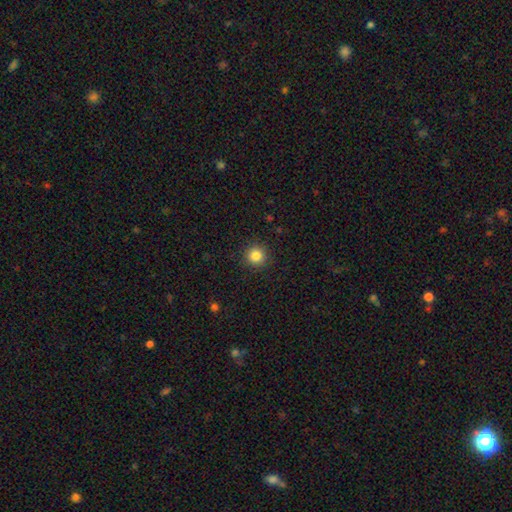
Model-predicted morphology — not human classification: Overall: smooth (84%). How rounded: round (95%). Merging: none (92%).